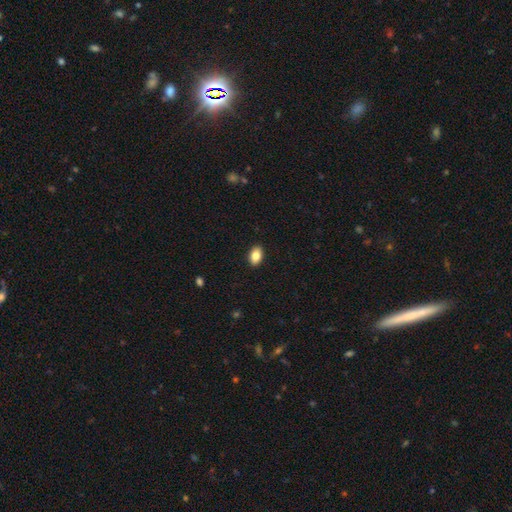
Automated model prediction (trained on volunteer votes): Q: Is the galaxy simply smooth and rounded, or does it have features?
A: smooth — 84%.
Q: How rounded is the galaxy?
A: in between — 88%.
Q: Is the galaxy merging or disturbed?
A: none — 91%.